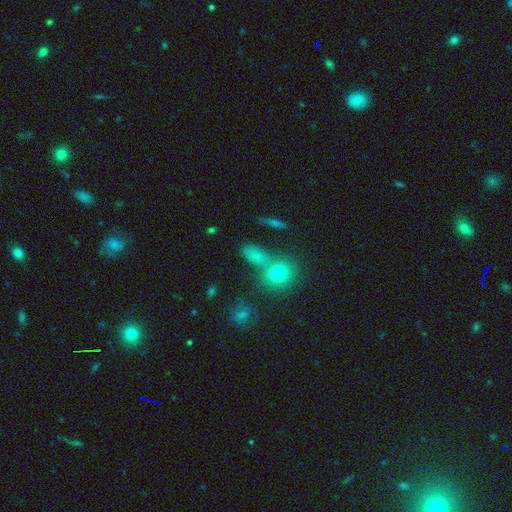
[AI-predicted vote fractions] This appears to be a smooth galaxy with no disk features (73%) that is in between round and cigar-shaped (63%). Merging: none (54%).